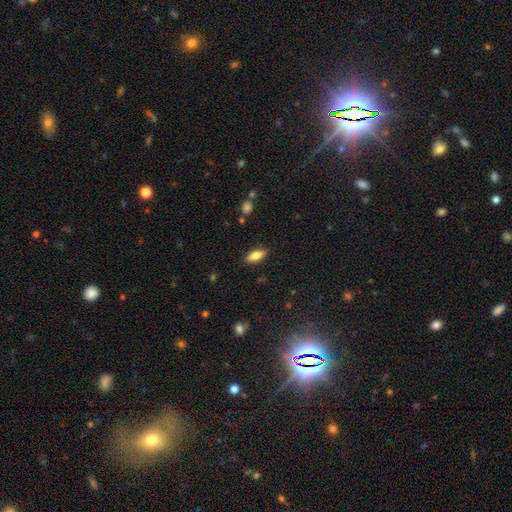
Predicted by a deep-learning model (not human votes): A smooth galaxy with no disk features (63%) that is in between round and cigar-shaped (66%).

Vote fractions:
- Smooth or featured? smooth: 63% / featured or disk: 29% / star or artifact: 8%
- How rounded? in between: 66% / cigar-shaped: 31% / round: 3%
- Merging? none: 86% / minor disturbance: 10% / major disturbance: 2% / merger: 1%